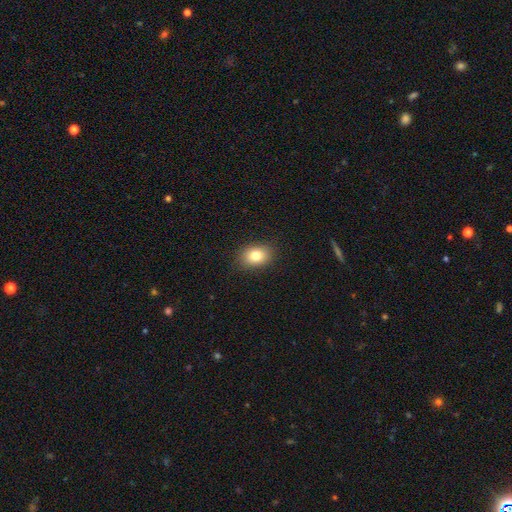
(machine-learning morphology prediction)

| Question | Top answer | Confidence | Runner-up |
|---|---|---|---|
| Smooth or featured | smooth | 82% | star or artifact (9%) |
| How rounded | in between | 74% | round (25%) |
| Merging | none | 87% | minor disturbance (9%) |